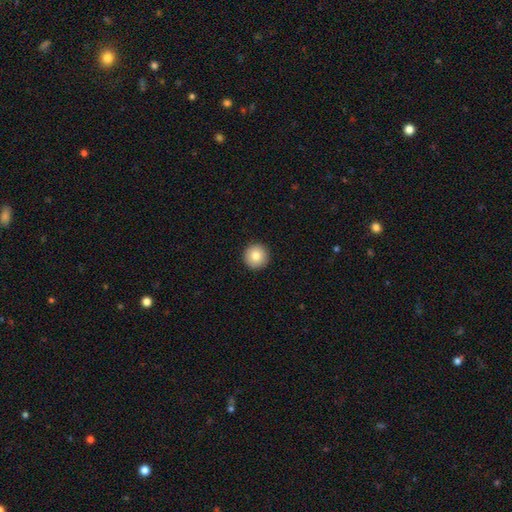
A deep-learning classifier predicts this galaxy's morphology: Smooth or featured: smooth — 82% (featured or disk — 10%)
How rounded: round — 96% (in between — 3%)
Merging: none — 93% (minor disturbance — 5%)